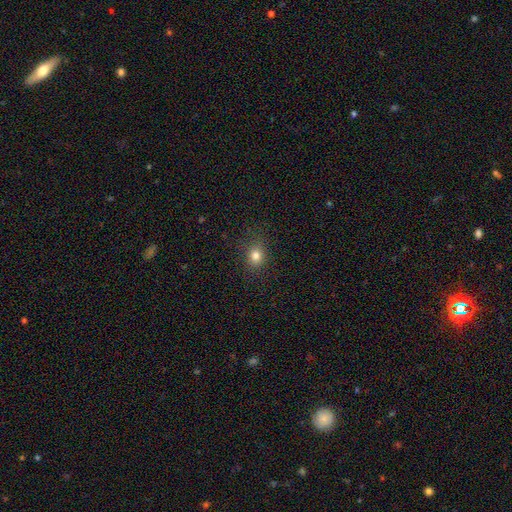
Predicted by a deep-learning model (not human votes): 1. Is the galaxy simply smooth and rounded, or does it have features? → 79% smooth, 14% star or artifact, 7% featured or disk.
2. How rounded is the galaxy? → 61% round, 38% in between, 1% cigar-shaped.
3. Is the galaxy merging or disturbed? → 84% none, 11% minor disturbance, 4% major disturbance, 1% merger.